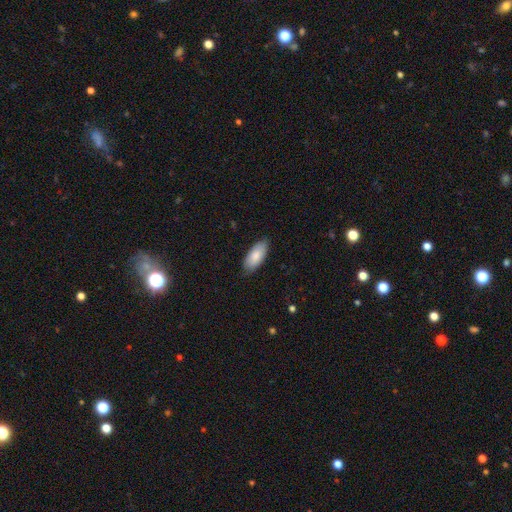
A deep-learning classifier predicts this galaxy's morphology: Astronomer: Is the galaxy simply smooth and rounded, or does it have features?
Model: smooth — 83%.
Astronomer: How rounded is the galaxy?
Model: in between — 88%.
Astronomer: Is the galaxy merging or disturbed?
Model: none — 82%.